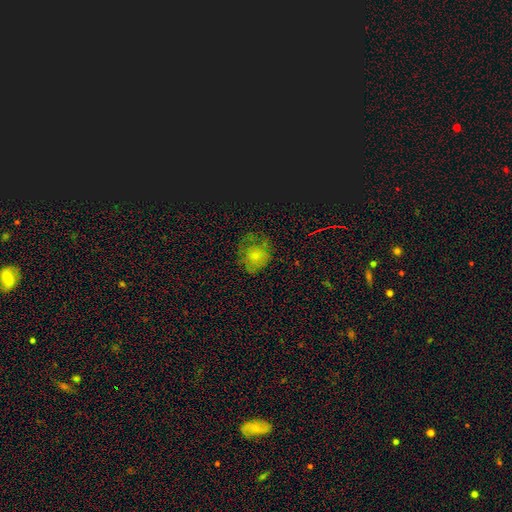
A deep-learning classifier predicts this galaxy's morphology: A smooth galaxy with no disk features (65%) that is round (67%). Merging: none (48%).